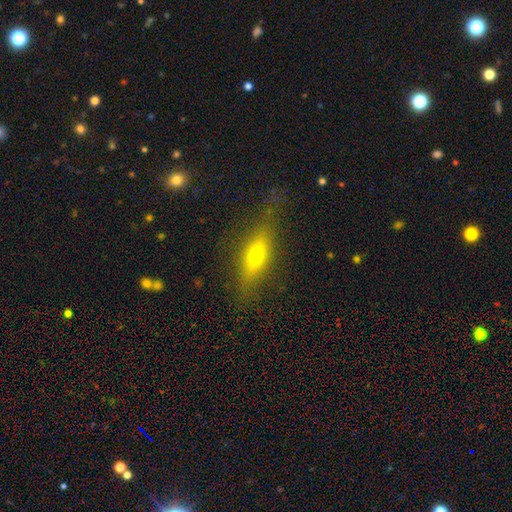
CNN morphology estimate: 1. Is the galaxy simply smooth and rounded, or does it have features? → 53% smooth, 35% featured or disk, 11% star or artifact.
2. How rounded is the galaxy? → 48% cigar-shaped, 45% in between, 7% round.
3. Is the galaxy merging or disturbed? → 78% none, 14% minor disturbance, 6% major disturbance, 2% merger.